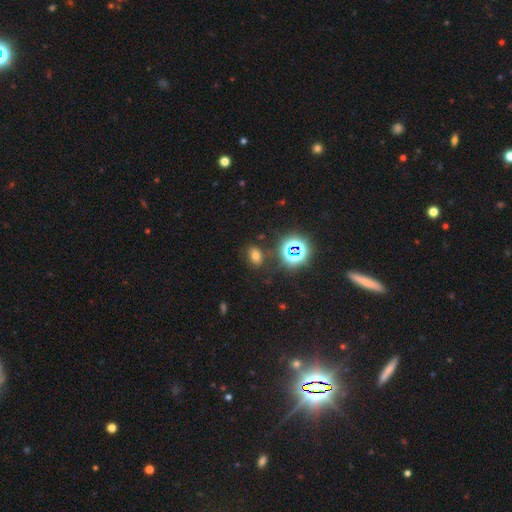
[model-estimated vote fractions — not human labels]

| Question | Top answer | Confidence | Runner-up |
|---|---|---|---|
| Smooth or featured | smooth | 62% | star or artifact (30%) |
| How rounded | in between | 74% | round (25%) |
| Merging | none | 80% | minor disturbance (12%) |